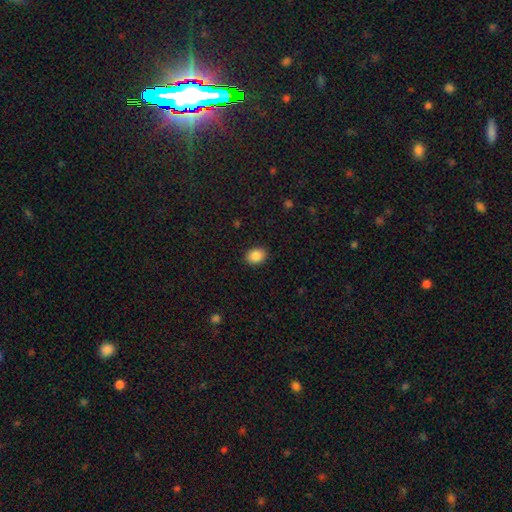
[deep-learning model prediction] smooth_or_featured: smooth (p=0.88) [alt: star or artifact p=0.08]
how_rounded: in between (p=0.68) [alt: round p=0.31]
merging: none (p=0.90) [alt: minor disturbance p=0.07]